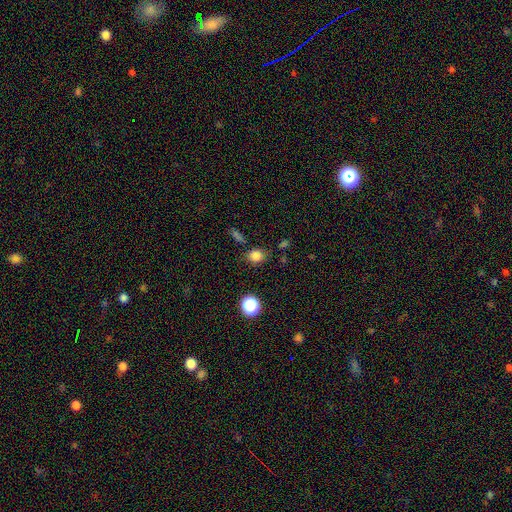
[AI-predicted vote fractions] The model was most divided on "how rounded": round: 63%, in between: 36%, cigar-shaped: 1%. More confident: smooth or featured — smooth (81%); merging — none (77%).